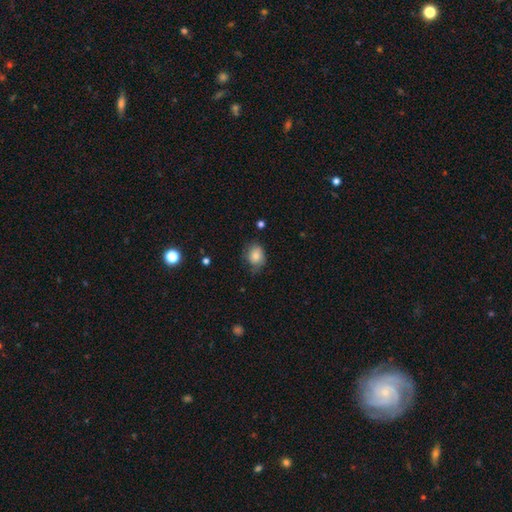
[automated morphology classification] smooth_or_featured: smooth (p=0.79) [alt: featured or disk p=0.12]
how_rounded: in between (p=0.54) [alt: round p=0.45]
merging: none (p=0.61) [alt: minor disturbance p=0.29]